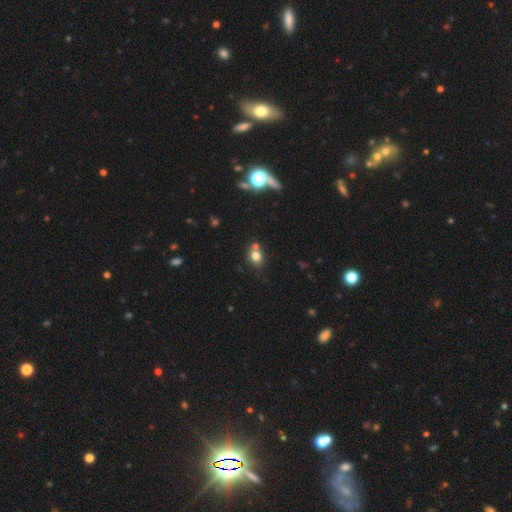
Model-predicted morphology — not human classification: Smooth or featured?
  - smooth: 75% *
  - star or artifact: 14%
  - featured or disk: 10%
How rounded?
  - round: 67% *
  - in between: 32%
  - cigar-shaped: 1%
Merging?
  - none: 56% *
  - merger: 27%
  - minor disturbance: 12%
  - major disturbance: 4%